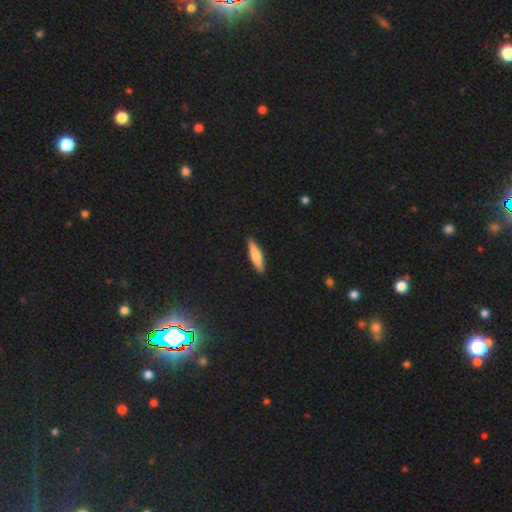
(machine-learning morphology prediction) smooth-or-featured: smooth: 64% | featured or disk: 30% | star or artifact: 6%
  how-rounded: cigar-shaped: 75% | in between: 23% | round: 2%
  merging: none: 90% | minor disturbance: 8% | major disturbance: 2% | merger: 1%